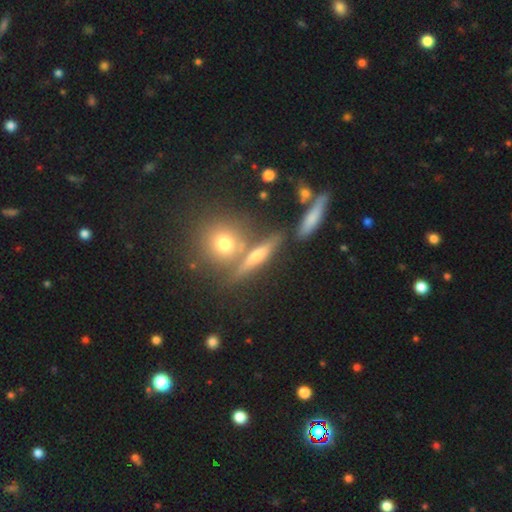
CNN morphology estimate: smooth 49%, featured or disk 35%, star or artifact 16%. Down the decision tree: merging — none (67%).